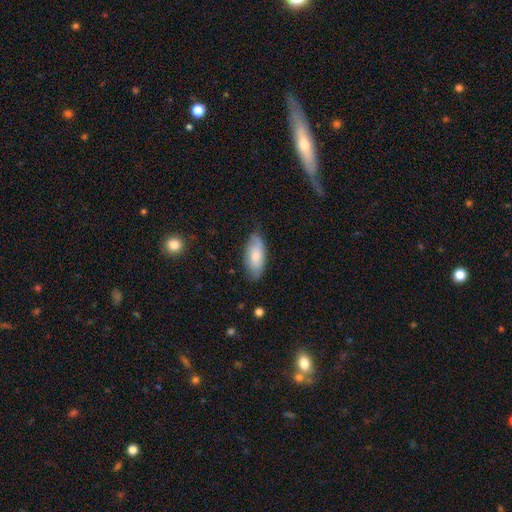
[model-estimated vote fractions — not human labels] Smooth or featured? Predicted: smooth (p=0.73). How rounded? Predicted: in between (p=0.87). Merging? Predicted: none (p=0.77).